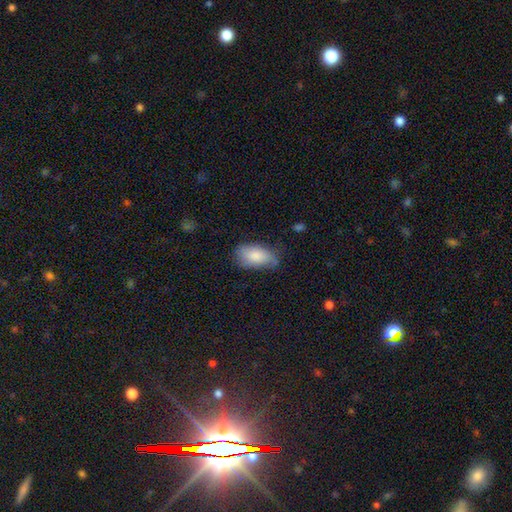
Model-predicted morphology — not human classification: Smooth or featured? Predicted: smooth (p=0.82). How rounded? Predicted: in between (p=0.93). Merging? Predicted: none (p=0.62).